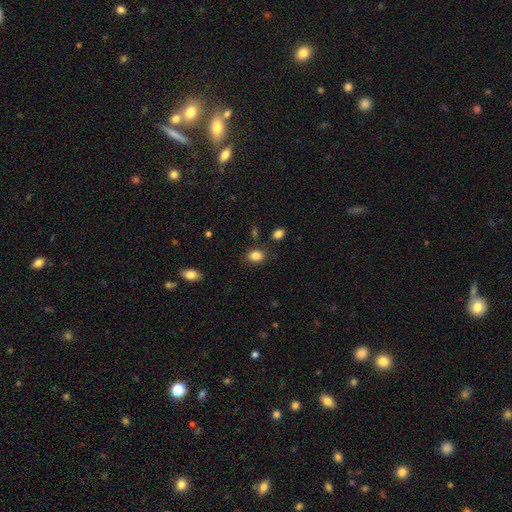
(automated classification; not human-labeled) smooth_or_featured: smooth (p=0.85) [alt: star or artifact p=0.10]
how_rounded: in between (p=0.71) [alt: round p=0.28]
merging: none (p=0.80) [alt: minor disturbance p=0.13]